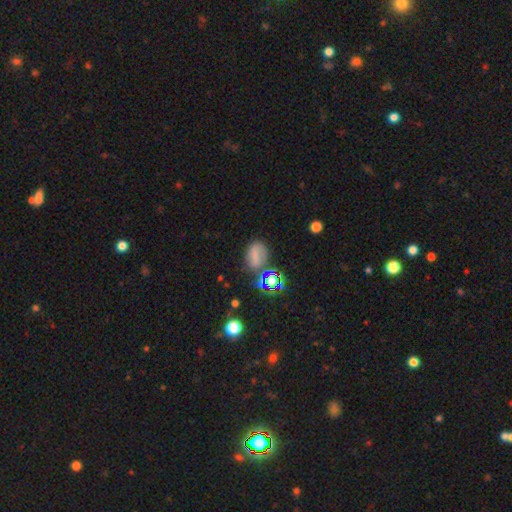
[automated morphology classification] type=smooth (56%); roundness=in between (68%); merging=none (53%).